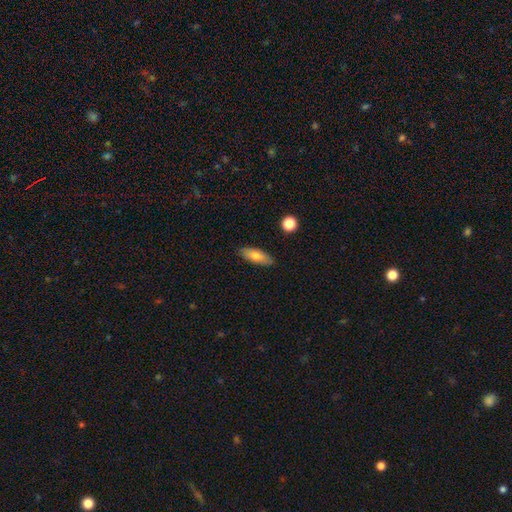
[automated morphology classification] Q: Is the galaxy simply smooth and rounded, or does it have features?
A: smooth — 78%.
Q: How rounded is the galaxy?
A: in between — 76%.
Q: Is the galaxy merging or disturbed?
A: none — 85%.